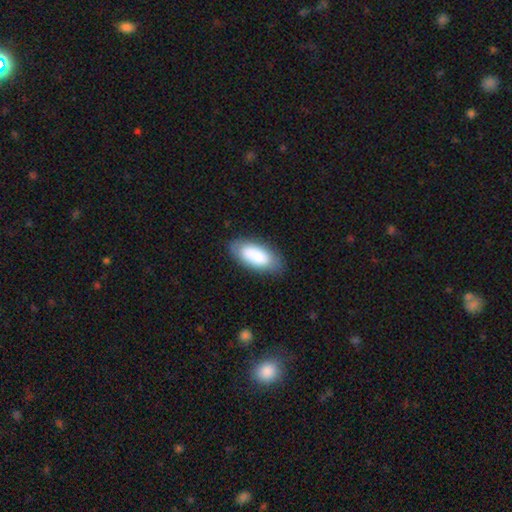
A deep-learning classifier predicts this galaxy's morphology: The model was most divided on "merging": none: 81%, minor disturbance: 14%, major disturbance: 4%, merger: 2%. More confident: how rounded — in between (90%); smooth or featured — smooth (81%).